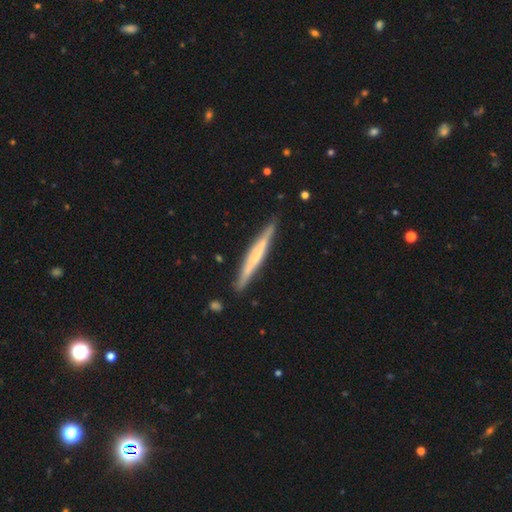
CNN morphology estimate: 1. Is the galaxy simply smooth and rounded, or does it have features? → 54% featured or disk, 40% smooth, 5% star or artifact.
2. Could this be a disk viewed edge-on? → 97% yes, 3% no.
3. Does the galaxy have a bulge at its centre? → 59% none, 22% rounded, 18% boxy.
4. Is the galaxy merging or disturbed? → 88% none, 9% minor disturbance, 2% major disturbance, 2% merger.